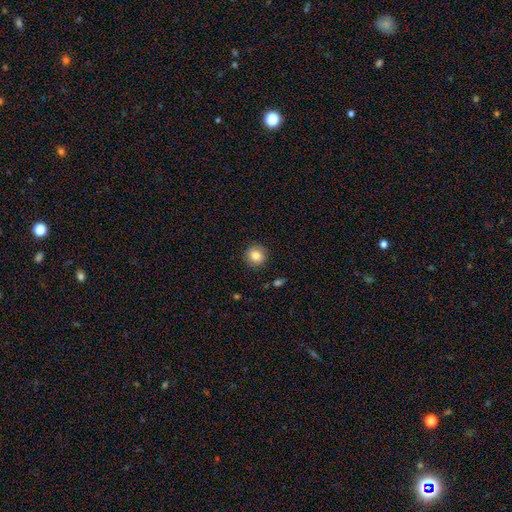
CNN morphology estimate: Q: Smooth or featured?
A: smooth (84%); runner-up: star or artifact (9%)
Q: How rounded?
A: round (90%); runner-up: in between (9%)
Q: Merging?
A: none (90%); runner-up: minor disturbance (7%)